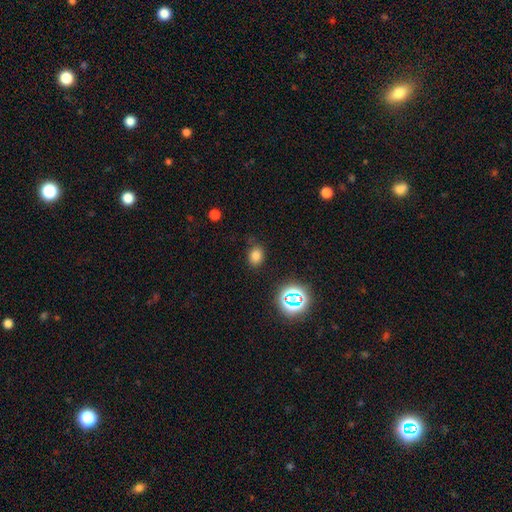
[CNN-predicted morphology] smooth_or_featured: smooth (p=0.74) [alt: star or artifact p=0.19]
how_rounded: in between (p=0.57) [alt: round p=0.42]
merging: none (p=0.78) [alt: minor disturbance p=0.15]